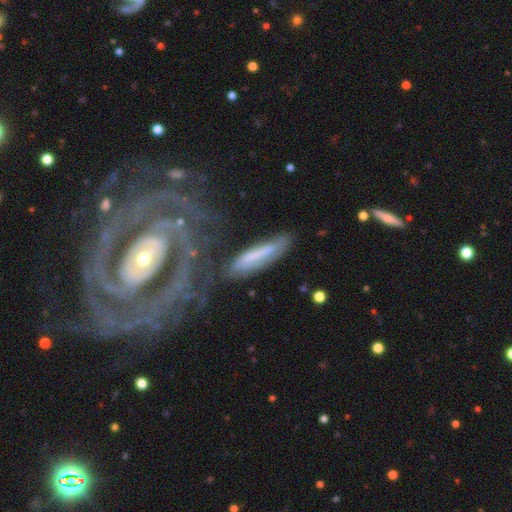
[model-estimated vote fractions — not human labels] A smooth galaxy with no disk features (47%). Merging: none (67%).